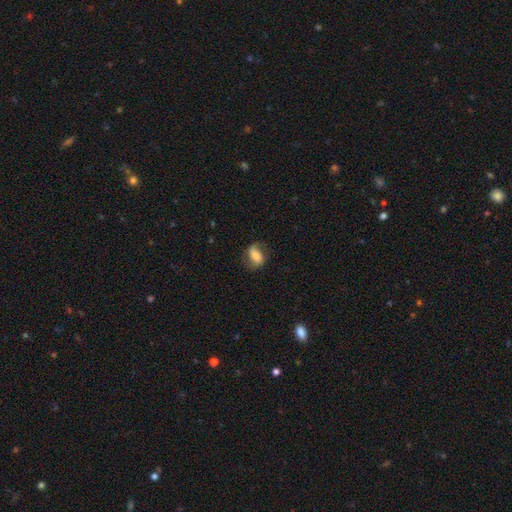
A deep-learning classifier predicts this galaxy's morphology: Smooth or featured: smooth — 48% (featured or disk — 44%)
Merging: none — 66% (minor disturbance — 21%)